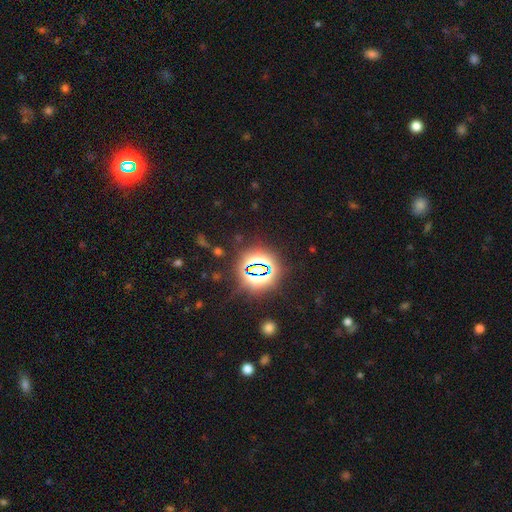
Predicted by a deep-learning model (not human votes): This appears to be a star or artifact, not a galaxy (81%).